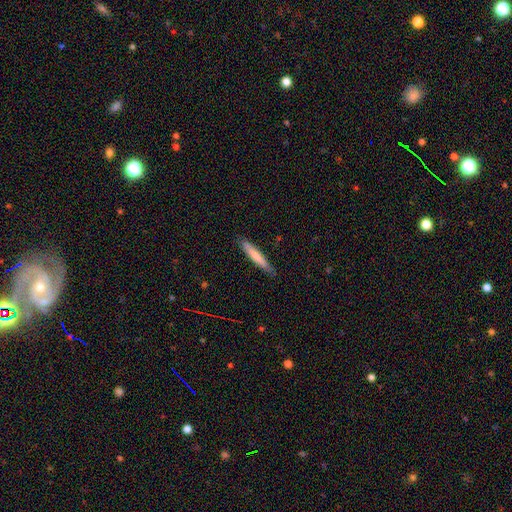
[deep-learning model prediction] Morphology: type=smooth (70%); roundness=cigar-shaped (93%); merging=none (86%).